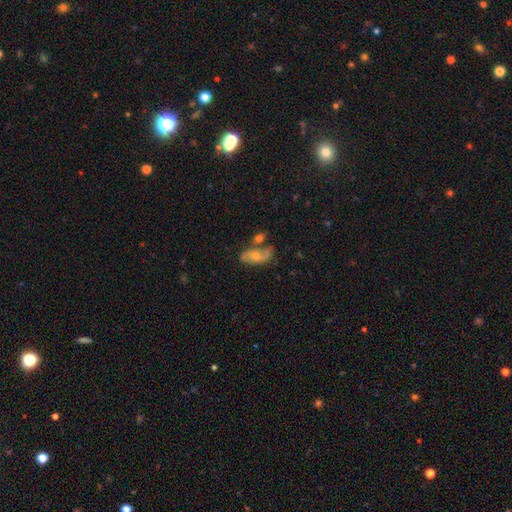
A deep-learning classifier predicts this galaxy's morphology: This appears to be a featured or disk galaxy (58%) with no bar (69%), spiral arms (73%) and a moderate central bulge (60%). Merging: none (51%).